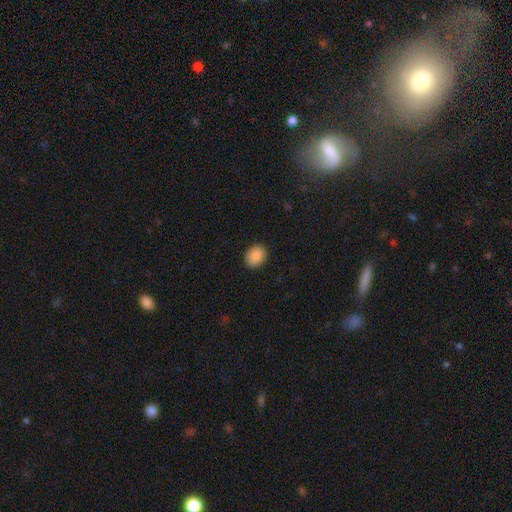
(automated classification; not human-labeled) smooth-or-featured: smooth: 88% | star or artifact: 7% | featured or disk: 5%
  how-rounded: in between: 56% | round: 43% | cigar-shaped: 1%
  merging: none: 89% | minor disturbance: 8% | major disturbance: 2% | merger: 1%